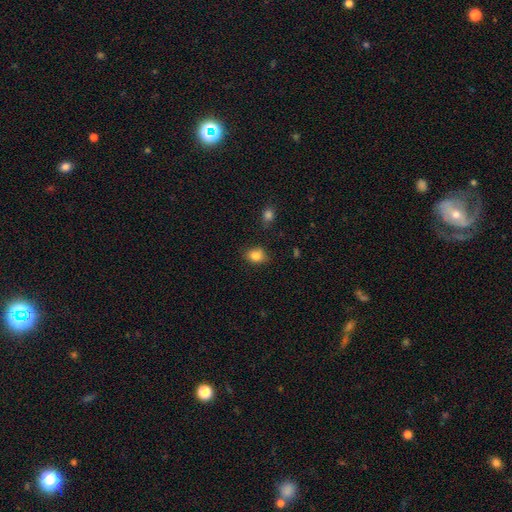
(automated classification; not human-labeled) smooth-or-featured: smooth: 84% | star or artifact: 10% | featured or disk: 6%
  how-rounded: in between: 52% | round: 47% | cigar-shaped: 1%
  merging: none: 80% | minor disturbance: 15% | major disturbance: 3% | merger: 2%